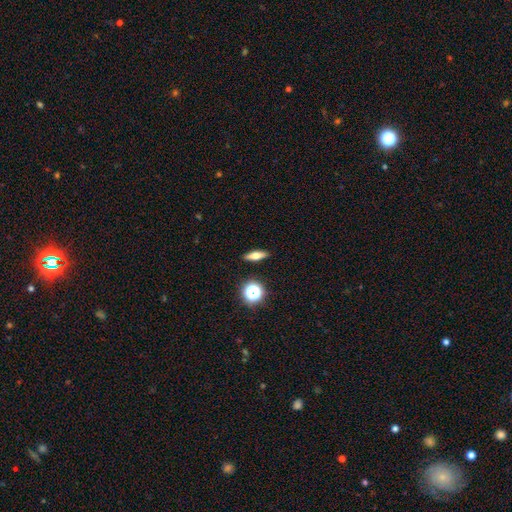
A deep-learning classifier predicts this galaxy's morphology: The model was most divided on "how rounded": cigar-shaped: 48%, in between: 41%, round: 11%. More confident: merging — none (90%); smooth or featured — smooth (56%).